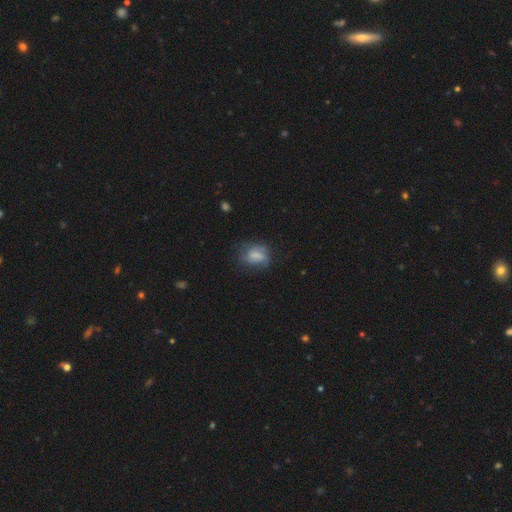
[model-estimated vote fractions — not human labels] Smooth or featured? Predicted: smooth (p=0.61). How rounded? Predicted: in between (p=0.67). Merging? Predicted: none (p=0.52).